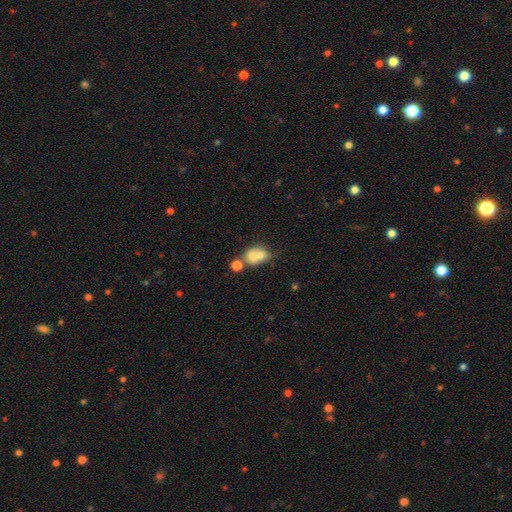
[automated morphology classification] Q: Smooth or featured?
A: smooth (67%); runner-up: featured or disk (22%)
Q: How rounded?
A: in between (51%); runner-up: round (48%)
Q: Merging?
A: merger (58%); runner-up: none (26%)